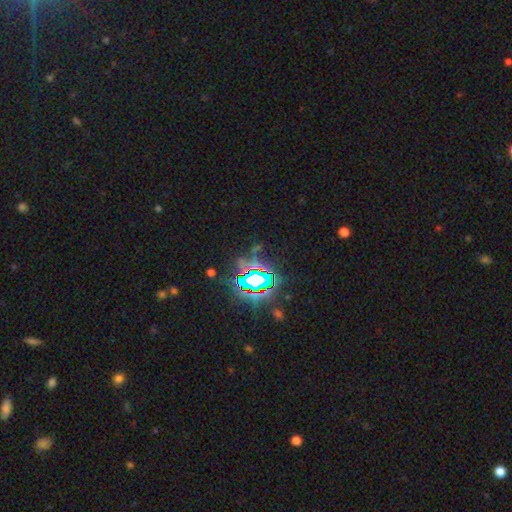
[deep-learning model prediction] Morphology: type=star or artifact (81%).